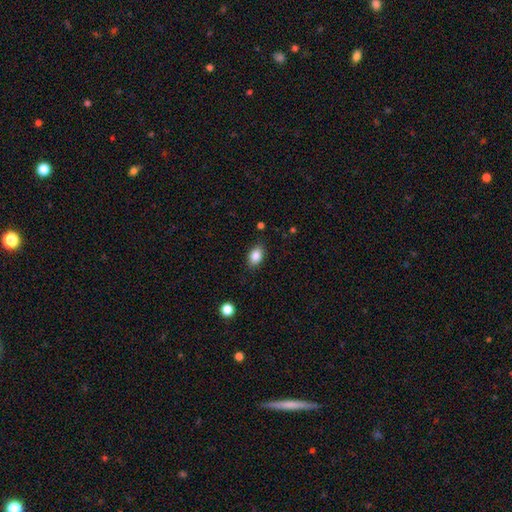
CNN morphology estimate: Smooth or featured? Predicted: smooth (p=0.86). How rounded? Predicted: in between (p=0.86). Merging? Predicted: none (p=0.85).